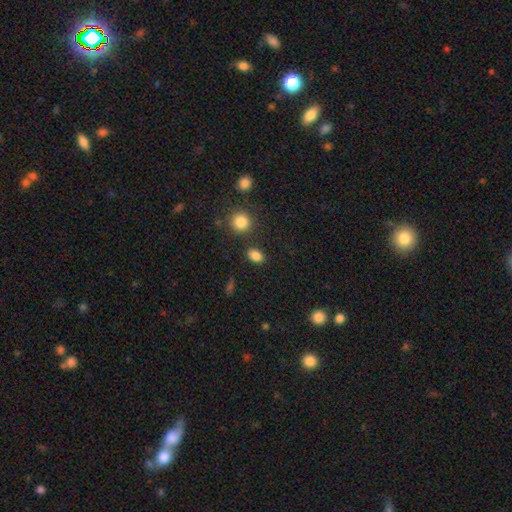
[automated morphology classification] smooth 85%, star or artifact 10%, featured or disk 5%. Down the decision tree: how rounded — in between (77%); merging — none (81%).